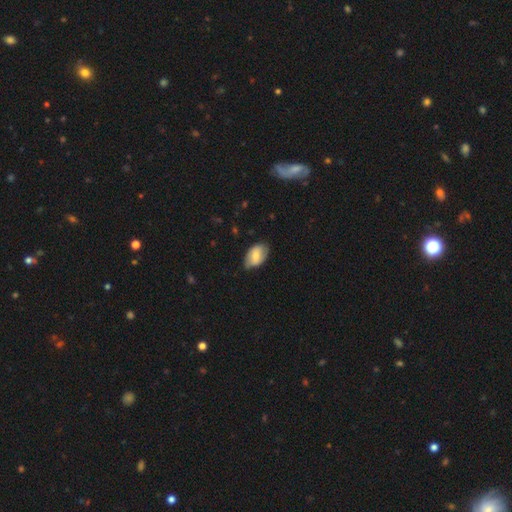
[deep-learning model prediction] Smooth or featured: smooth — 66% (featured or disk — 27%)
How rounded: in between — 91% (round — 7%)
Merging: none — 69% (minor disturbance — 25%)